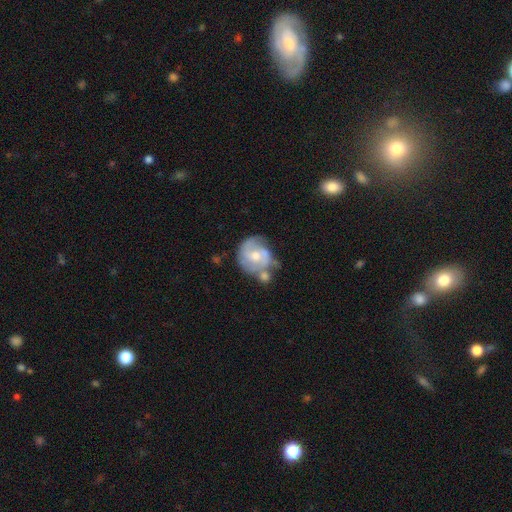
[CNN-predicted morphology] Q: Smooth or featured?
A: featured or disk (66%); runner-up: smooth (29%)
Q: Edge-on disk?
A: no (98%); runner-up: yes (2%)
Q: Bar?
A: no (60%); runner-up: weak (34%)
Q: Spiral arms?
A: yes (79%); runner-up: no (21%)
Q: Spiral winding?
A: tight (43%); runner-up: medium (41%)
Q: Spiral arm count?
A: 2 (49%); runner-up: can't tell (27%)
Q: Bulge size?
A: moderate (62%); runner-up: small (33%)
Q: Merging?
A: none (40%); runner-up: merger (24%)